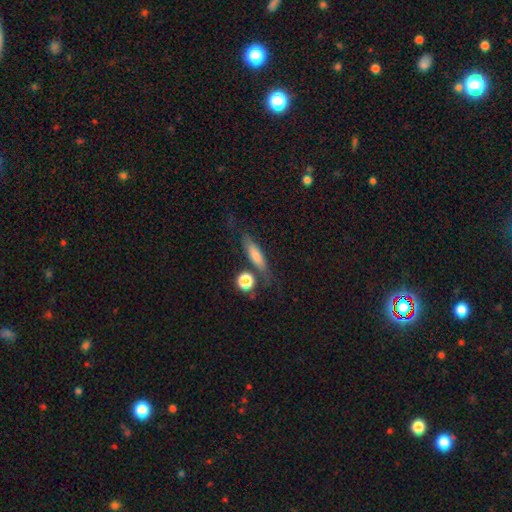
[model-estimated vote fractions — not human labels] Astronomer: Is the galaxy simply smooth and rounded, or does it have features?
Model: smooth — 51% (runner-up: featured or disk, 36%).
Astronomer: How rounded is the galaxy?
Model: cigar-shaped — 70%.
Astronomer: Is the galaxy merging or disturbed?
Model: none — 68%.